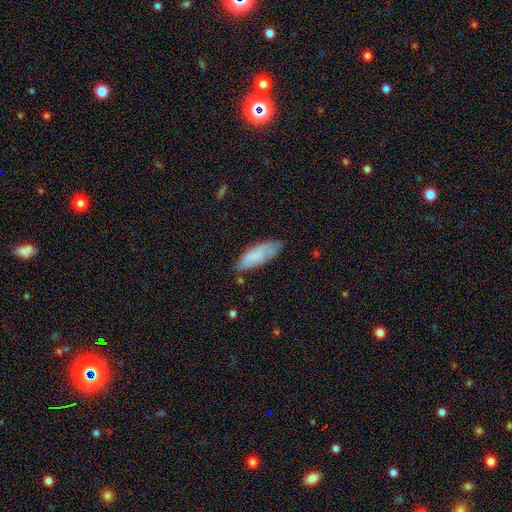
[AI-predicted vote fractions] Overall: smooth (75%). How rounded: in between (70%). Merging: none (64%; minor disturbance 26%).